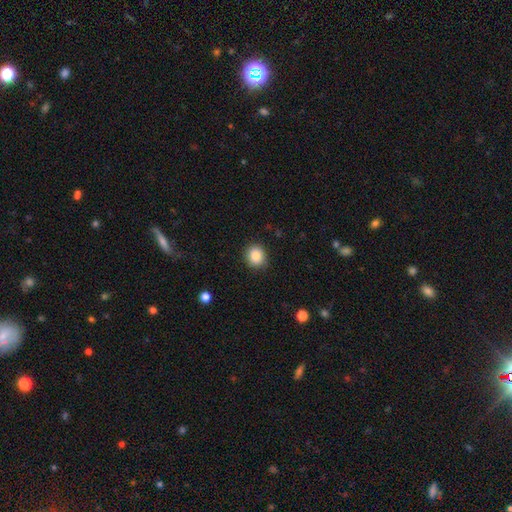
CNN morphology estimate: A smooth galaxy with no disk features (86%) that is round (82%).

Vote fractions:
- Smooth or featured? smooth: 86% / star or artifact: 9% / featured or disk: 5%
- How rounded? round: 82% / in between: 17% / cigar-shaped: 1%
- Merging? none: 89% / minor disturbance: 8% / major disturbance: 2% / merger: 1%